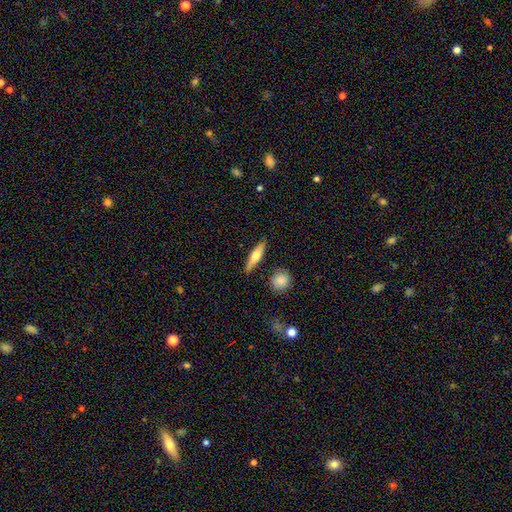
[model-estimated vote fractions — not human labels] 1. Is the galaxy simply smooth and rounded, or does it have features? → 58% smooth, 36% featured or disk, 6% star or artifact.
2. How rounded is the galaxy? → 69% cigar-shaped, 28% in between, 3% round.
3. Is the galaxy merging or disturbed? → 85% none, 9% minor disturbance, 3% merger, 2% major disturbance.